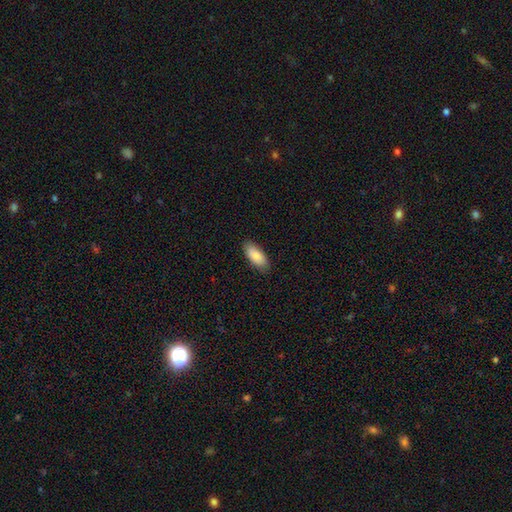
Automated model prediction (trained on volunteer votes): Smooth or featured?
  - smooth: 84% *
  - featured or disk: 10%
  - star or artifact: 6%
How rounded?
  - in between: 87% *
  - cigar-shaped: 11%
  - round: 2%
Merging?
  - none: 86% *
  - minor disturbance: 11%
  - major disturbance: 2%
  - merger: 1%